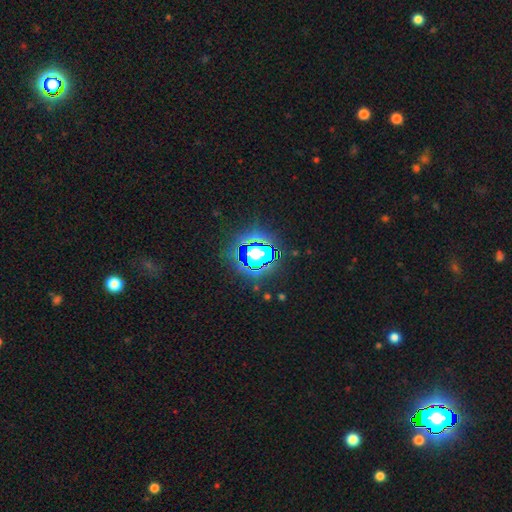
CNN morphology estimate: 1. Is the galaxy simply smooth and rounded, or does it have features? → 80% star or artifact, 13% smooth, 7% featured or disk.